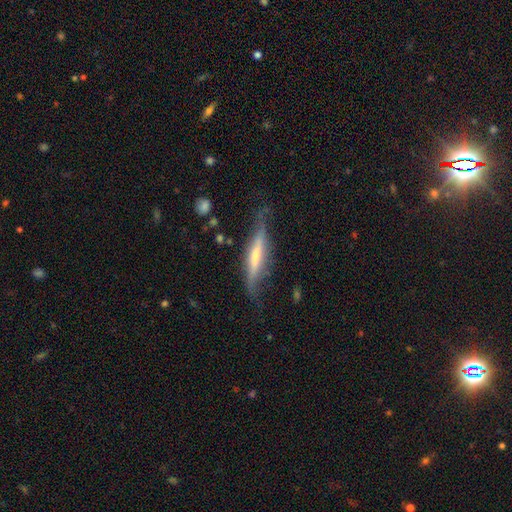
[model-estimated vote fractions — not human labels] Smooth or featured?
  - featured or disk: 62% *
  - smooth: 32%
  - star or artifact: 6%
Edge-on disk?
  - yes: 86% *
  - no: 14%
Edge-on bulge?
  - rounded: 50% *
  - none: 32%
  - boxy: 18%
Merging?
  - none: 64% *
  - minor disturbance: 25%
  - major disturbance: 9%
  - merger: 2%